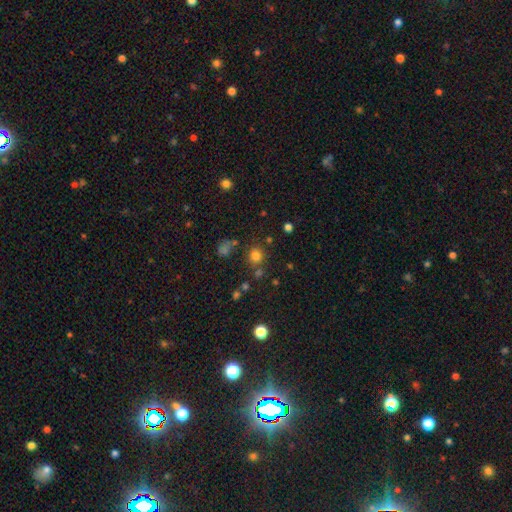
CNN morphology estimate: This appears to be a smooth galaxy with no disk features (74%) that is round (87%). Merging: none (77%).